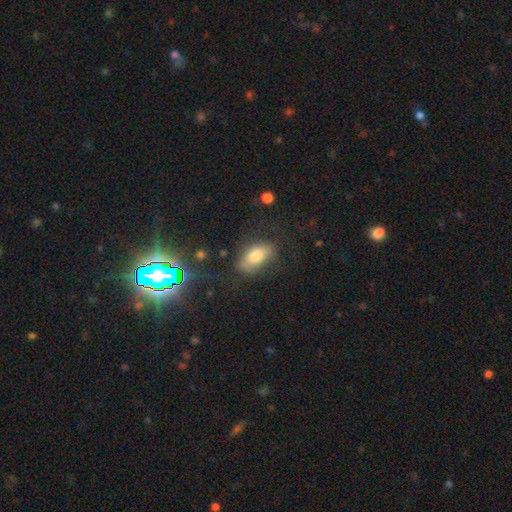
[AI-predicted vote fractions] Q: Smooth or featured?
A: smooth (69%); runner-up: featured or disk (17%)
Q: How rounded?
A: in between (88%); runner-up: cigar-shaped (6%)
Q: Merging?
A: none (71%); runner-up: minor disturbance (19%)